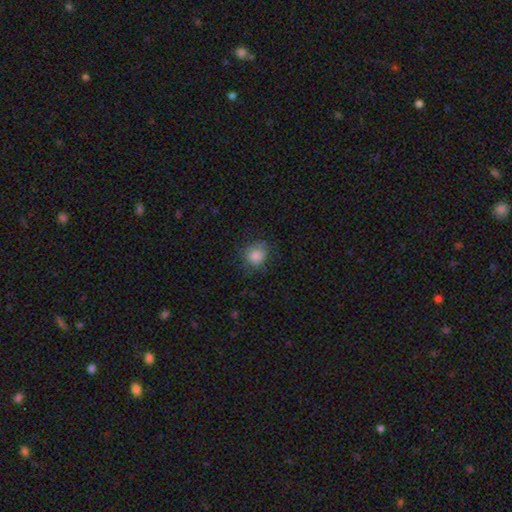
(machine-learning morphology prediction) A smooth galaxy with no disk features (84%) that is round (86%). Merging: none (76%).